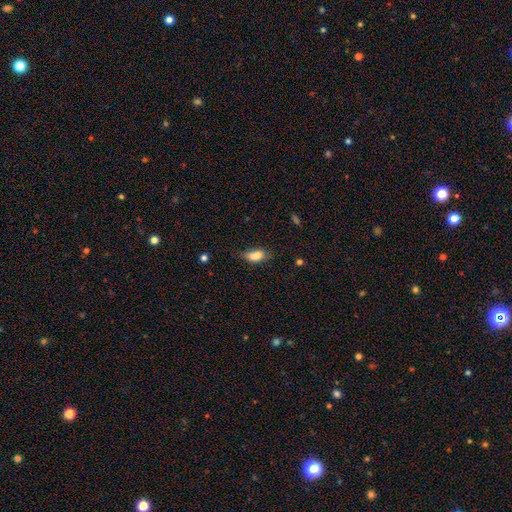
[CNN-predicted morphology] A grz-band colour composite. It shows a smooth galaxy with no disk features (78%) that is in between round and cigar-shaped (83%). Merging: none (45%).